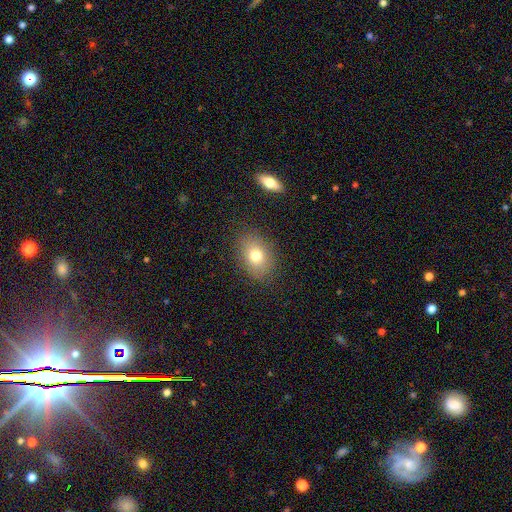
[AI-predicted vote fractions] Morphology: type=smooth (75%); roundness=in between (75%); merging=none (85%).